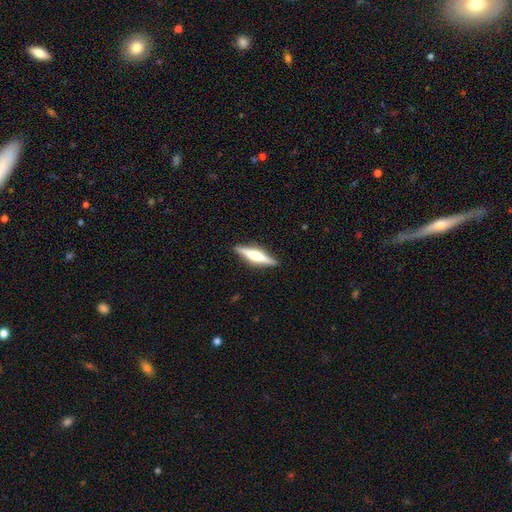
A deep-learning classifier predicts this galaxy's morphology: smooth-or-featured: featured or disk: 64% | smooth: 31% | star or artifact: 6%
  disk-edge-on: yes: 97% | no: 3%
    edge-on-bulge: rounded: 64% | boxy: 26% | none: 9%
  merging: none: 90% | minor disturbance: 7% | major disturbance: 2% | merger: 1%